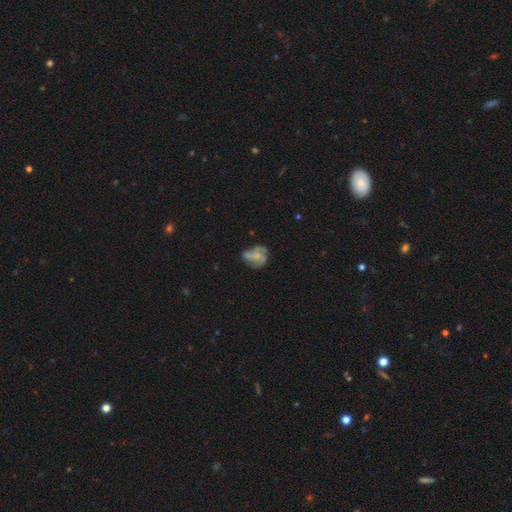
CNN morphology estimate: type=featured or disk (58%); edge-on=no (98%); bar=no (73%); spiral arms=yes (71%); bulge=small (47%); merging=none (51%).